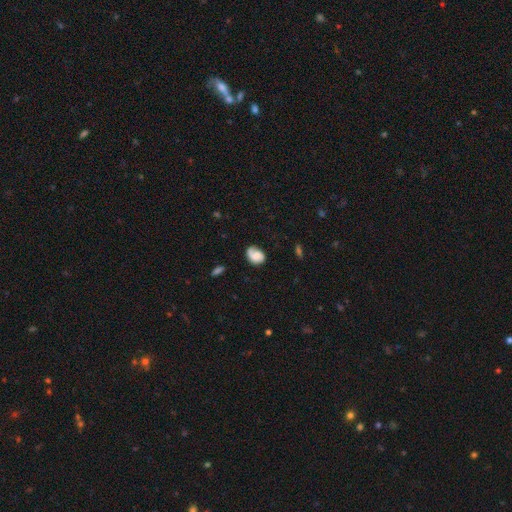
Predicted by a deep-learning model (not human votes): Smooth or featured? smooth (49%)
Merging? none (58%)